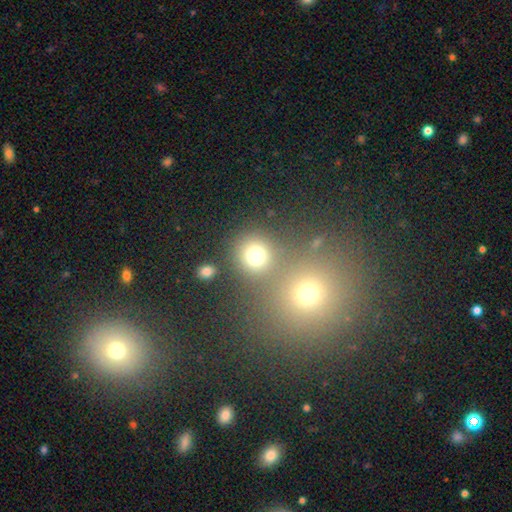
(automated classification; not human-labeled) Smooth or featured? Predicted: smooth (p=0.73). How rounded? Predicted: round (p=0.86). Merging? Predicted: none (p=0.69).